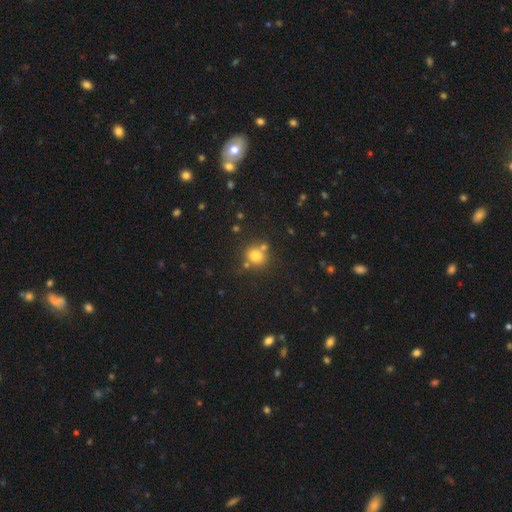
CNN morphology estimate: Overall: smooth (76%). How rounded: round (84%). Merging: none (68%).